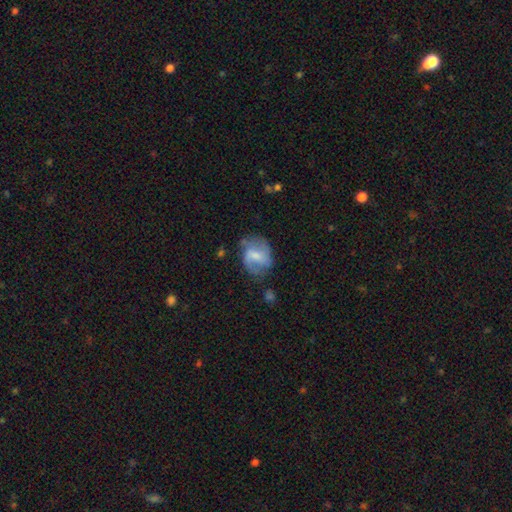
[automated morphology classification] Smooth or featured? featured or disk (60%)
Edge-on disk? no (97%)
Bar? weak (52%)
Spiral arms? yes (82%)
Bulge size? moderate (39%)
Merging? none (52%)